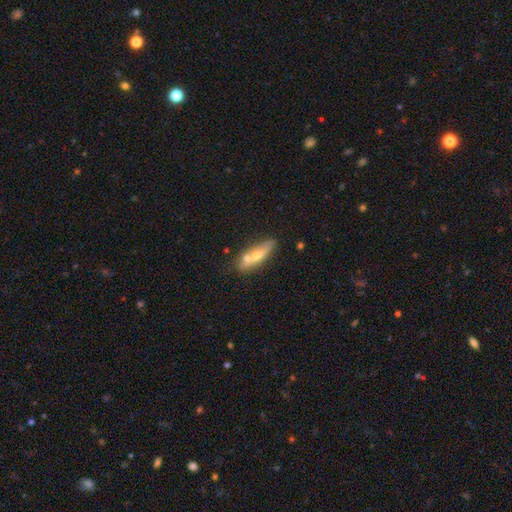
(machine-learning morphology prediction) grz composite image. It shows a smooth galaxy with no disk features (53%) that is cigar-shaped (53%). Merging: none (56%).